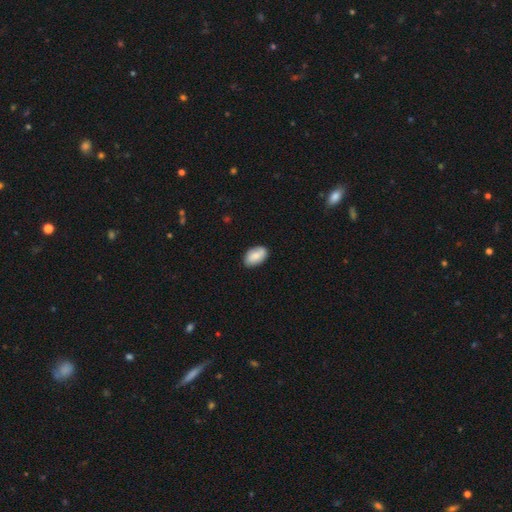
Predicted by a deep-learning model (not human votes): smooth 77%, featured or disk 16%, star or artifact 7%. Down the decision tree: how rounded — in between (92%); merging — none (82%).